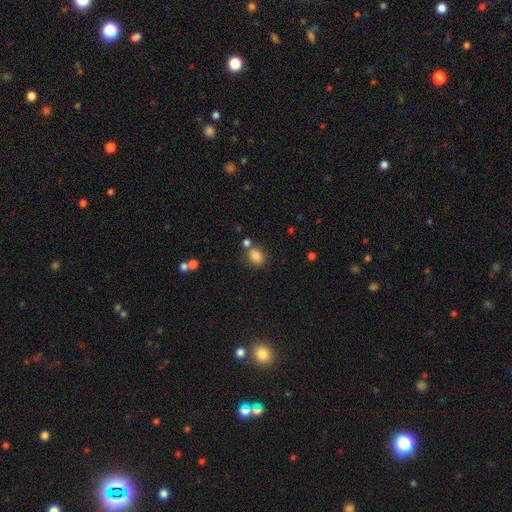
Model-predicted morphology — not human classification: smooth-or-featured: smooth: 83% | star or artifact: 11% | featured or disk: 6%
  how-rounded: round: 51% | in between: 48% | cigar-shaped: 1%
  merging: none: 68% | merger: 14% | minor disturbance: 14% | major disturbance: 4%